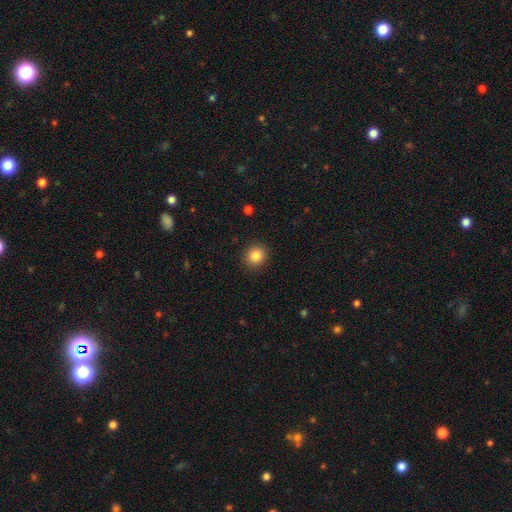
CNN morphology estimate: A smooth galaxy with no disk features (85%) that is round (85%).

Vote fractions:
- Smooth or featured? smooth: 85% / star or artifact: 10% / featured or disk: 5%
- How rounded? round: 85% / in between: 14% / cigar-shaped: 1%
- Merging? none: 90% / minor disturbance: 7% / major disturbance: 2% / merger: 1%